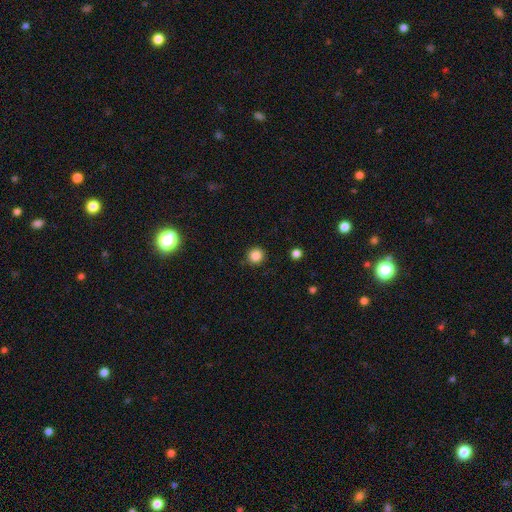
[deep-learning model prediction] Q: Smooth or featured?
A: smooth (85%); runner-up: star or artifact (11%)
Q: How rounded?
A: round (94%); runner-up: in between (5%)
Q: Merging?
A: none (90%); runner-up: minor disturbance (7%)